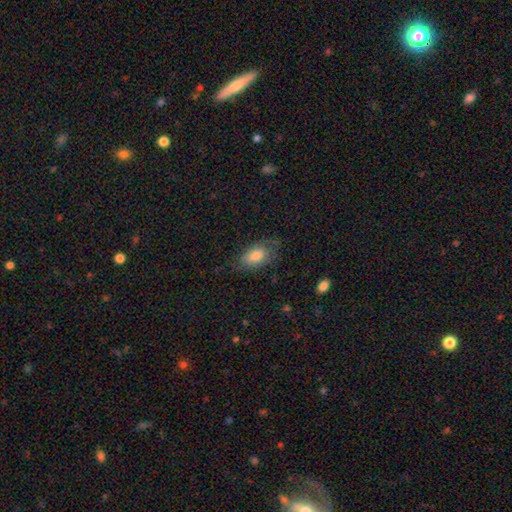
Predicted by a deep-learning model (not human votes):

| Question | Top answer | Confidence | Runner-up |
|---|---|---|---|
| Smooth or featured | smooth | 73% | featured or disk (19%) |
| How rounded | in between | 91% | round (6%) |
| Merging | none | 66% | minor disturbance (24%) |